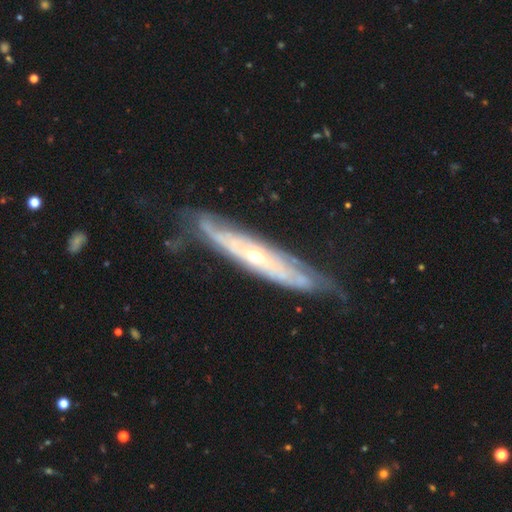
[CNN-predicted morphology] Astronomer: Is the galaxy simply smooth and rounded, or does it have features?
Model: featured or disk — 82%.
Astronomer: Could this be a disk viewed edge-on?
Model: no — 56% (runner-up: yes, 44%).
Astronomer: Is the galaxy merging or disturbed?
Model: none — 66%.